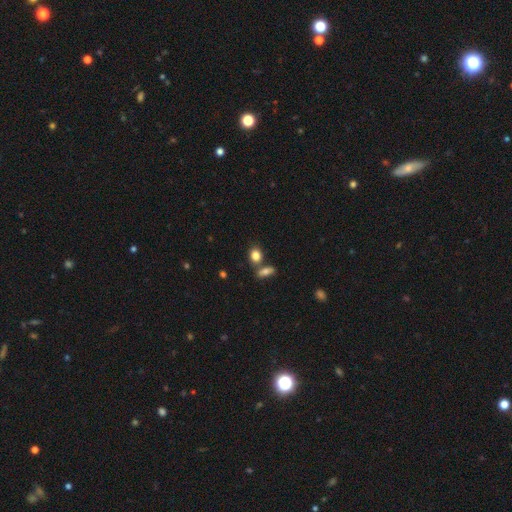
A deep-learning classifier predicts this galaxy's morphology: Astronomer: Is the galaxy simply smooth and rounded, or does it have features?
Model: smooth — 82%.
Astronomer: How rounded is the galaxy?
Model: in between — 52% (runner-up: round, 45%).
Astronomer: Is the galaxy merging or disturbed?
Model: none — 60%.